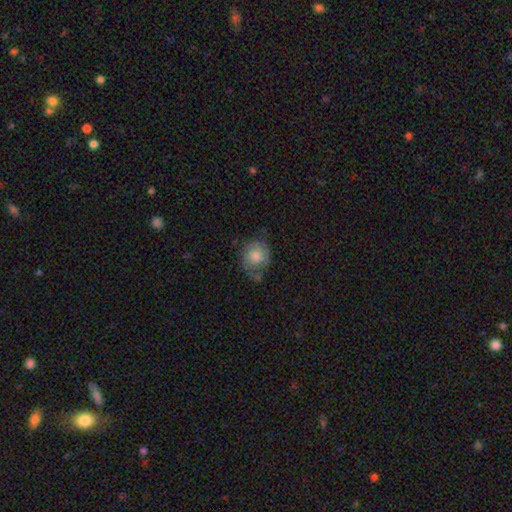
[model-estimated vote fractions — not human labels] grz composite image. It shows a smooth galaxy with no disk features (56%) that is round (70%). Merging: none (54%).